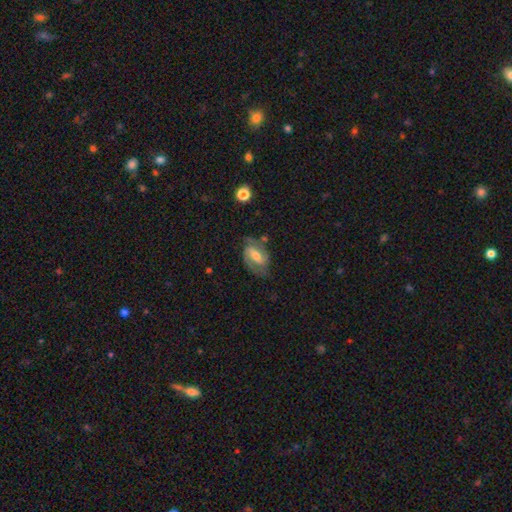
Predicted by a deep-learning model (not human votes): featured or disk 75%, smooth 18%, star or artifact 7%. Down the decision tree: edge-on disk — no (96%); bar — weak (45%); spiral arms — yes (91%); spiral arm count — 2 (86%); spiral winding — medium (50%); bulge size — moderate (58%); merging — none (67%).